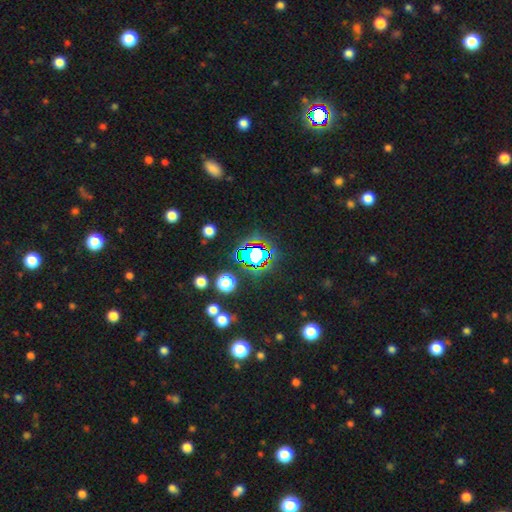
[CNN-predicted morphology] This appears to be a star or artifact, not a galaxy (62%).